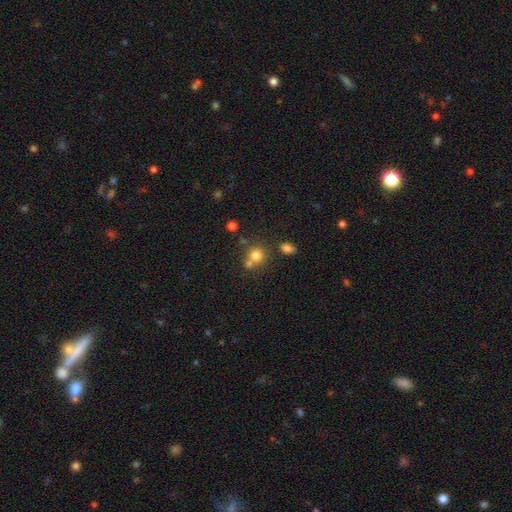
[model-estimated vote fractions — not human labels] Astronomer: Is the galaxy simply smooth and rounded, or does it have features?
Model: smooth — 76%.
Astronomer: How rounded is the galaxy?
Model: round — 84%.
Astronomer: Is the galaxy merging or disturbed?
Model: none — 53% (runner-up: merger, 33%).